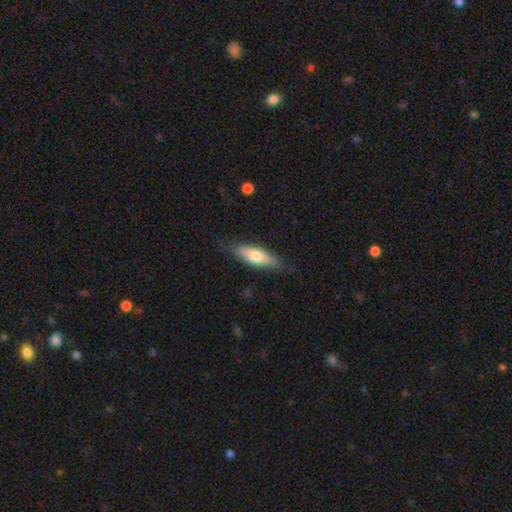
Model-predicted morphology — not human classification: type=smooth (63%); roundness=in between (49%, tied with cigar-shaped); merging=none (80%).